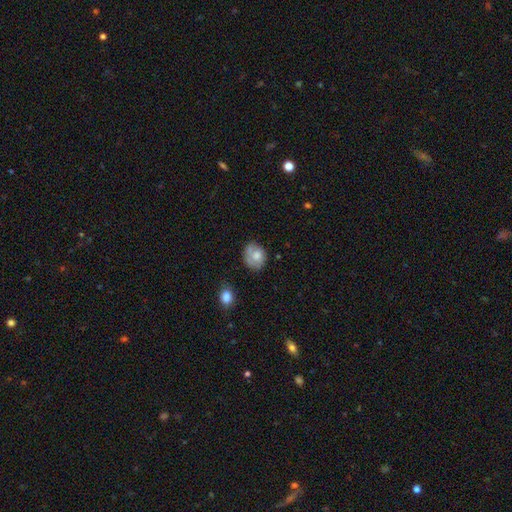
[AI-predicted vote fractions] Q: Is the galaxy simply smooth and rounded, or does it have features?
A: smooth — 66%.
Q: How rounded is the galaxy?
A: round — 54%.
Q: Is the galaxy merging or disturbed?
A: none — 55%.